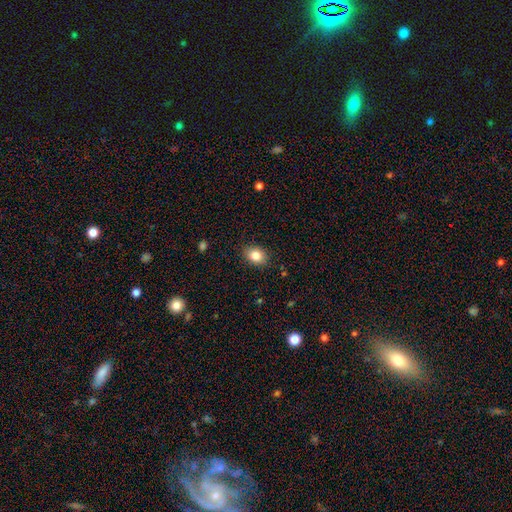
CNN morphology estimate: This is clearly a smooth galaxy (84%). How rounded: likely in between (67%). Merging: clearly none (86%).